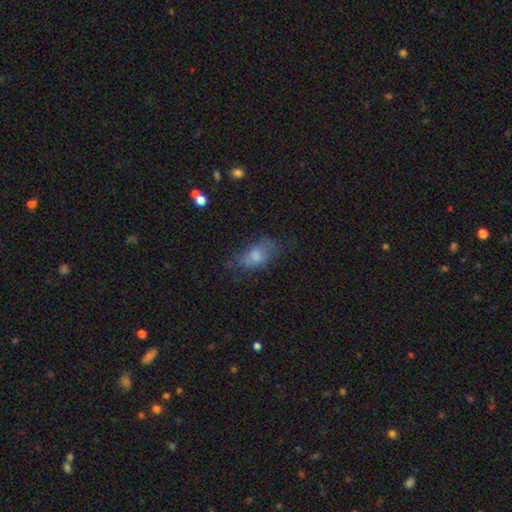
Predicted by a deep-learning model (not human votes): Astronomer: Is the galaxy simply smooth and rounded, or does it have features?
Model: smooth — 65%.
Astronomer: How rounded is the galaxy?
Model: in between — 86%.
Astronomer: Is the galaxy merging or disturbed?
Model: none — 47% (runner-up: minor disturbance, 28%).